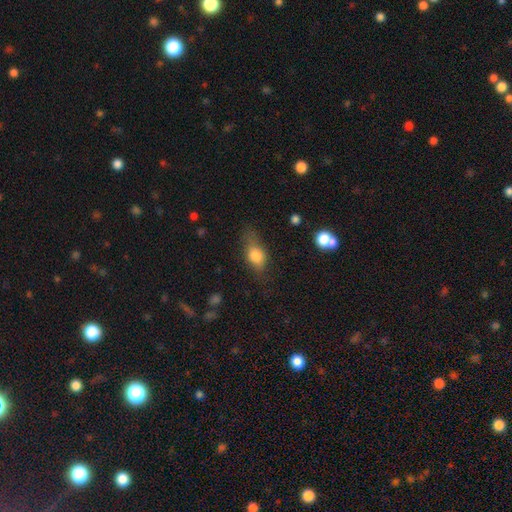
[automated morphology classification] Q: Smooth or featured?
A: smooth (77%); runner-up: featured or disk (14%)
Q: How rounded?
A: in between (75%); runner-up: round (18%)
Q: Merging?
A: none (54%); runner-up: minor disturbance (30%)